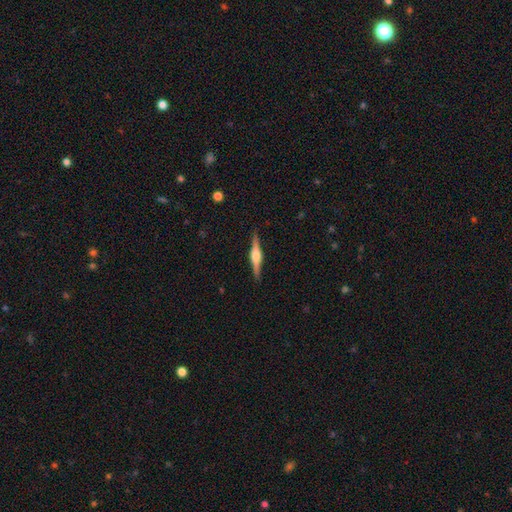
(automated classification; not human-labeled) Overall: featured or disk (79%). Edge-on disk: yes (98%). Edge-on bulge: rounded (89%). Merging: none (91%).